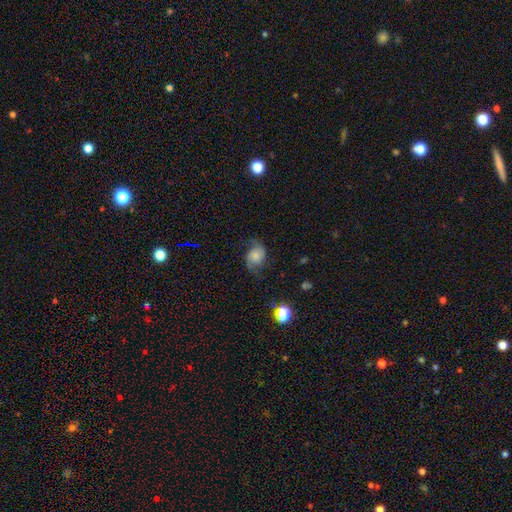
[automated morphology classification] The model was most divided on "bulge size": small: 36%, moderate: 27%, none: 20%, large: 12%, dominant: 5%. More confident: edge-on disk — no (97%); spiral arms — yes (90%); bar — no (68%); merging — none (61%); smooth or featured — featured or disk (53%).